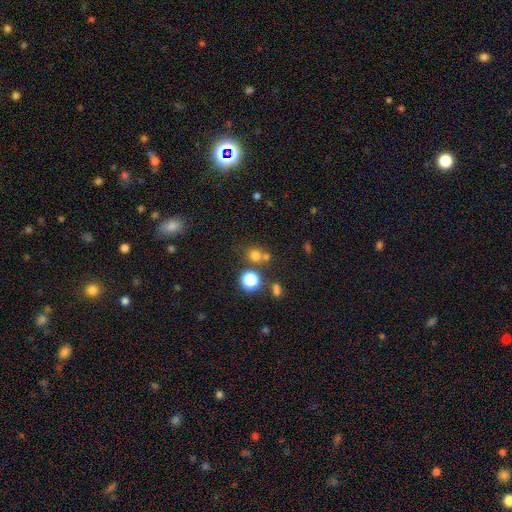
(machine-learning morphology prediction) Q: Smooth or featured?
A: smooth (69%); runner-up: star or artifact (23%)
Q: How rounded?
A: round (86%); runner-up: in between (13%)
Q: Merging?
A: none (63%); runner-up: merger (23%)